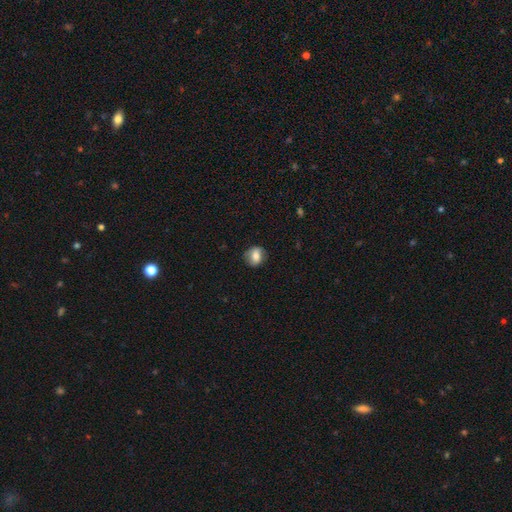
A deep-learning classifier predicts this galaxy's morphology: Q: Smooth or featured?
A: smooth (72%); runner-up: featured or disk (20%)
Q: How rounded?
A: round (58%); runner-up: in between (40%)
Q: Merging?
A: none (80%); runner-up: minor disturbance (15%)